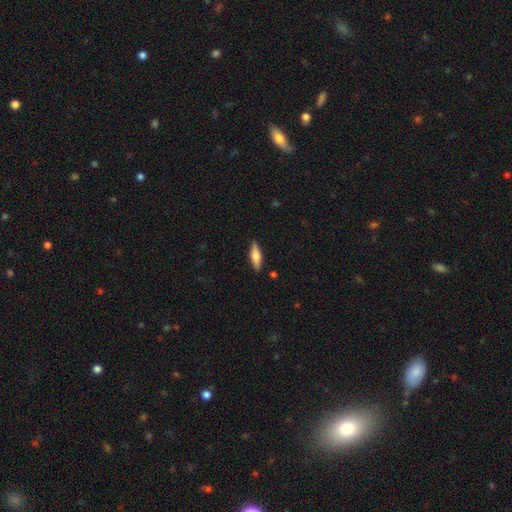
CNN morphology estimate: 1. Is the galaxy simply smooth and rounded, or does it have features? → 53% smooth, 41% featured or disk, 6% star or artifact.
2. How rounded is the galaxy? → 57% cigar-shaped, 40% in between, 2% round.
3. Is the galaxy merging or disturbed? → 88% none, 9% minor disturbance, 2% major disturbance, 1% merger.